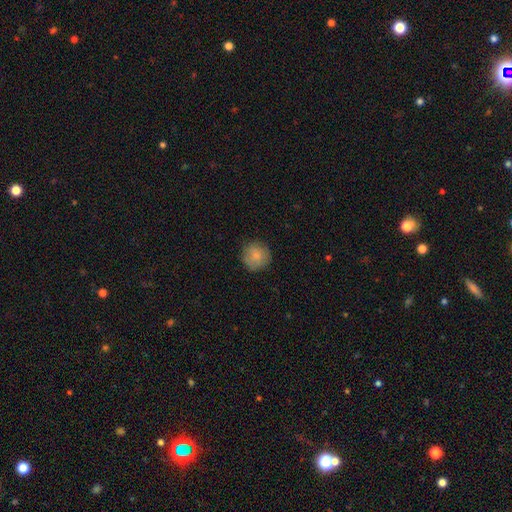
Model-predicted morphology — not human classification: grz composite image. It shows a smooth galaxy with no disk features (82%) that is round (93%). Merging: none (83%).